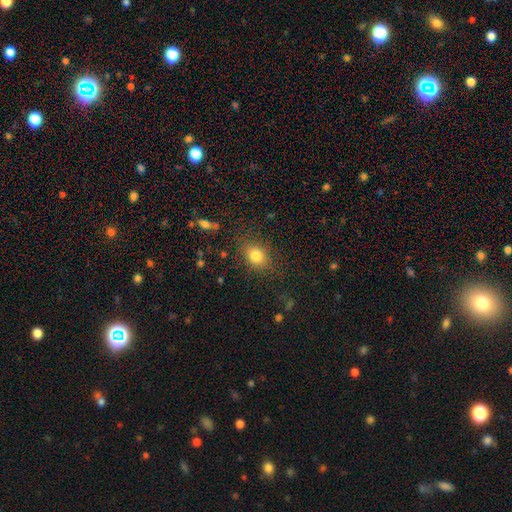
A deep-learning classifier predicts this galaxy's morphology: A smooth galaxy with no disk features (80%) that is in between round and cigar-shaped (61%). Merging: none (80%).